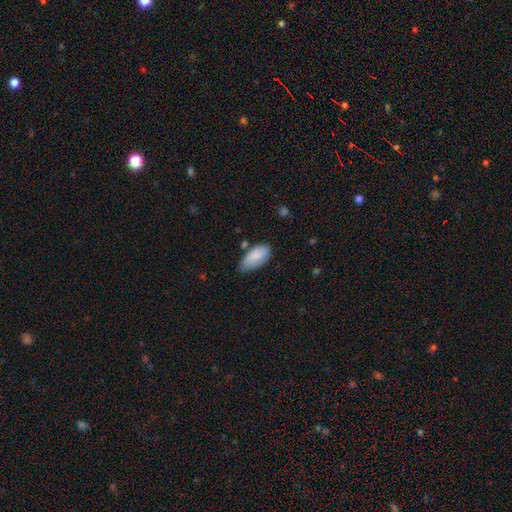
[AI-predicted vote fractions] smooth-or-featured: smooth: 82% | featured or disk: 11% | star or artifact: 6%
  how-rounded: in between: 94% | cigar-shaped: 4% | round: 2%
  merging: none: 50% | minor disturbance: 37% | major disturbance: 7% | merger: 5%